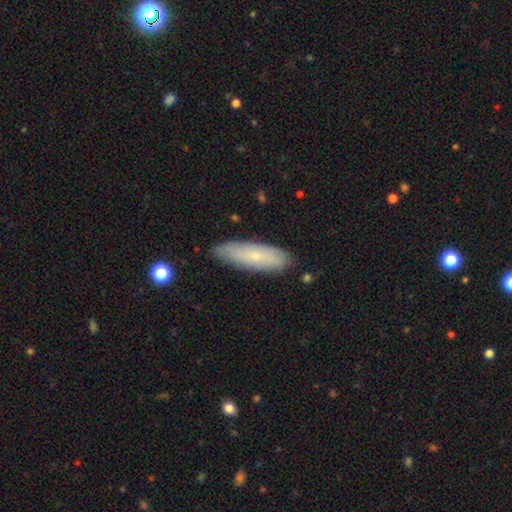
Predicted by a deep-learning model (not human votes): Morphology: type=smooth (62%); roundness=cigar-shaped (52%); merging=none (83%).